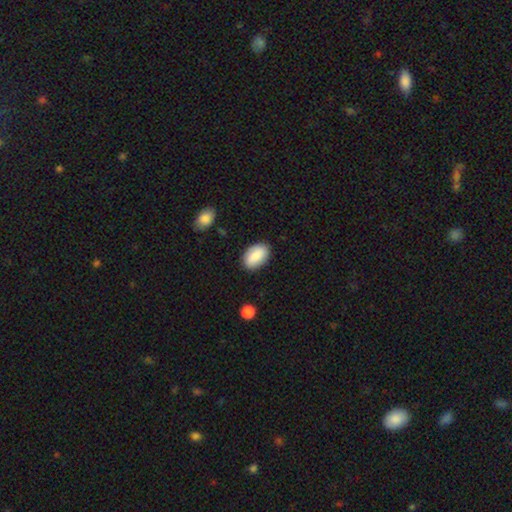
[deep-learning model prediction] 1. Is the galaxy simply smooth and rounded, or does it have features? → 86% smooth, 8% featured or disk, 6% star or artifact.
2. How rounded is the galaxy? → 92% in between, 7% round, 1% cigar-shaped.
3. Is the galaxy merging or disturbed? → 86% none, 11% minor disturbance, 2% major disturbance, 1% merger.